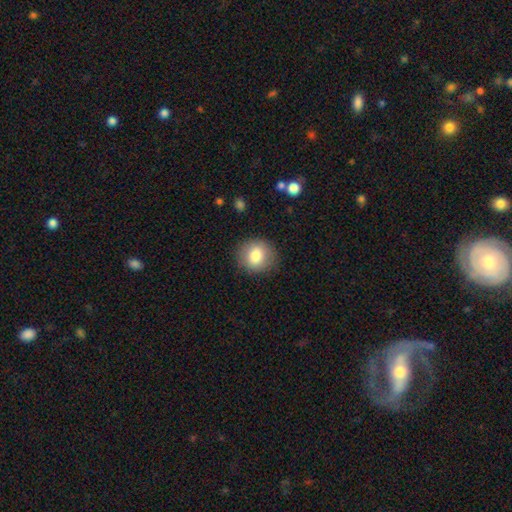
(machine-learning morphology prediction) This is clearly a smooth galaxy (82%). How rounded: clearly round (83%). Merging: clearly none (86%).